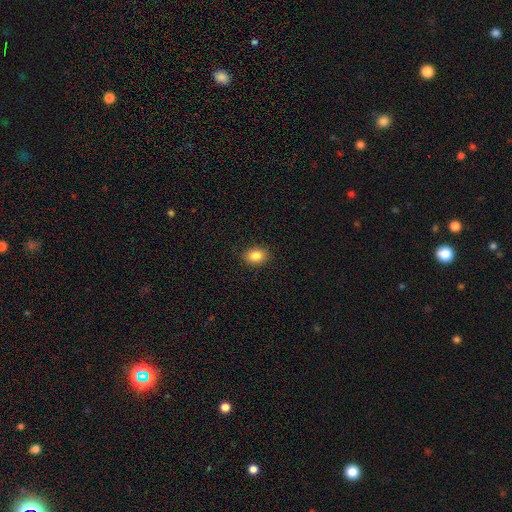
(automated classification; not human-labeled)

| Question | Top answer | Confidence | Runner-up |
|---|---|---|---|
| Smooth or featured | smooth | 85% | star or artifact (10%) |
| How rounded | in between | 60% | round (39%) |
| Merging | none | 89% | minor disturbance (8%) |